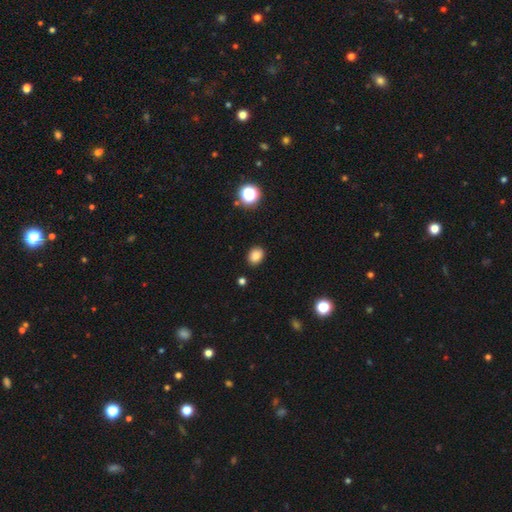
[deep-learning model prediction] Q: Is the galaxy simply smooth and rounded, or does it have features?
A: smooth — 85%.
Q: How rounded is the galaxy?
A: in between — 60%.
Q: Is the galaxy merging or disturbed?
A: none — 89%.